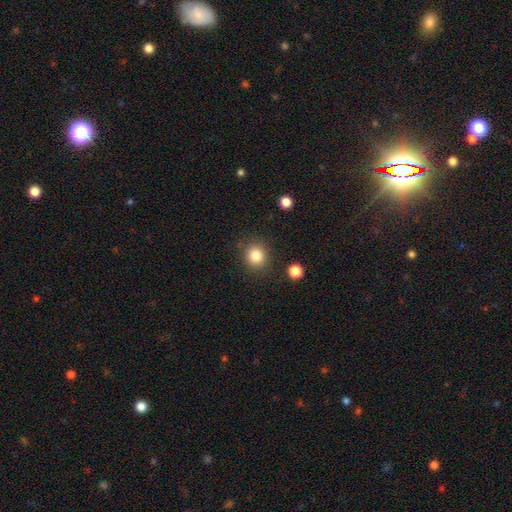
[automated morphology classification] Smooth or featured: smooth — 84% (star or artifact — 11%)
How rounded: round — 86% (in between — 13%)
Merging: none — 86% (minor disturbance — 8%)